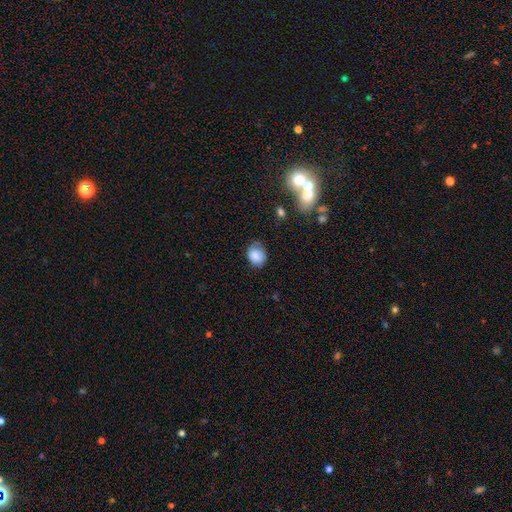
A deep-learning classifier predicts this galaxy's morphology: A smooth galaxy with no disk features (85%) that is round (58%). Merging: none (67%).